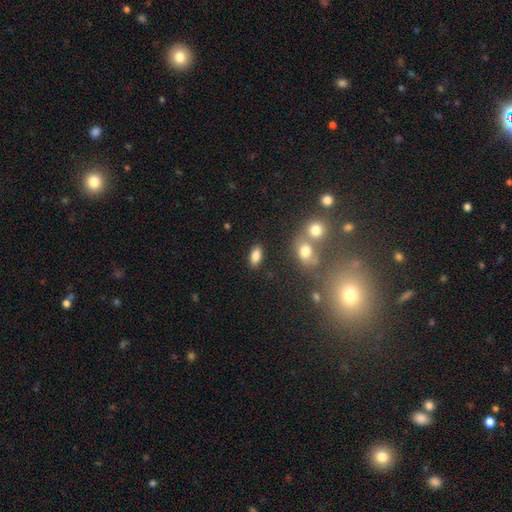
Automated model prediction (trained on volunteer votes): Smooth or featured? smooth (84%)
How rounded? in between (89%)
Merging? none (83%)